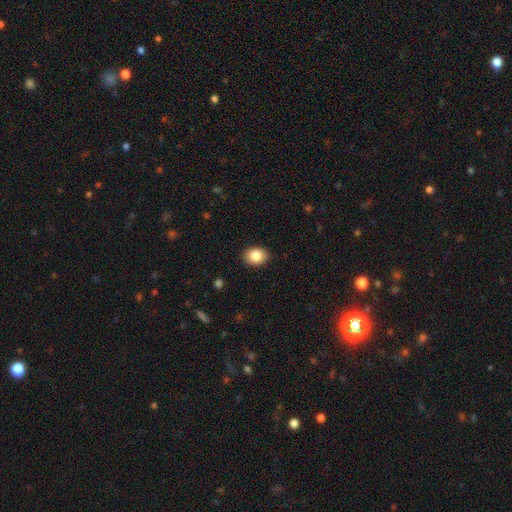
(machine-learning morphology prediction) The model was most divided on "how rounded": in between: 64%, round: 35%, cigar-shaped: 1%. More confident: merging — none (89%); smooth or featured — smooth (85%).